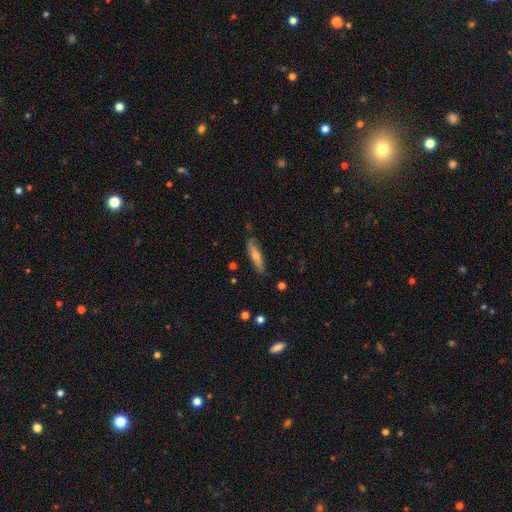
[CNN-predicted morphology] Overall: smooth (50%; featured or disk 43%). How rounded: cigar-shaped (81%). Merging: none (83%).